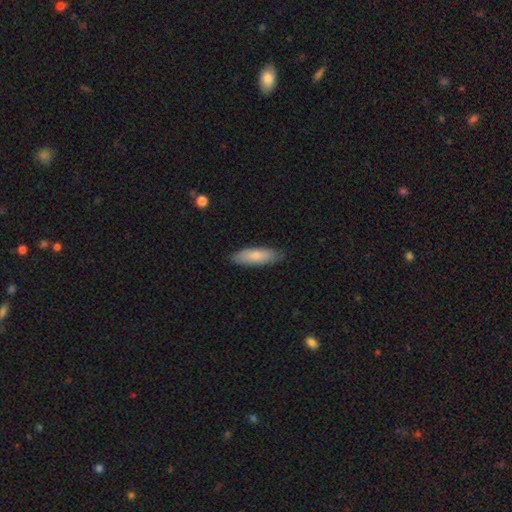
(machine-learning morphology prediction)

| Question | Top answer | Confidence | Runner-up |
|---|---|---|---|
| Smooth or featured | smooth | 79% | featured or disk (16%) |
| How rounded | in between | 54% | cigar-shaped (44%) |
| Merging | none | 84% | minor disturbance (13%) |